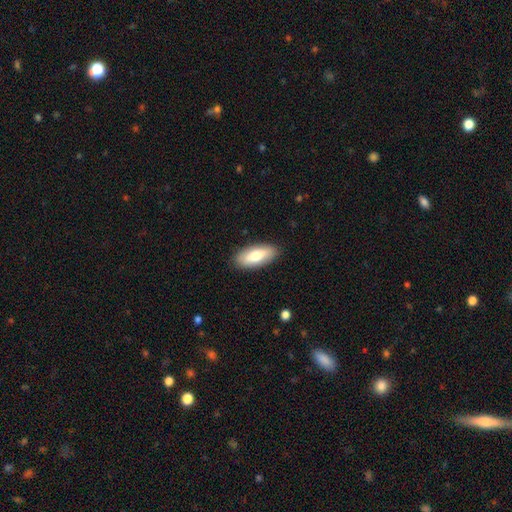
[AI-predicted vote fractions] A smooth galaxy with no disk features (73%) that is in between round and cigar-shaped (81%).

Vote fractions:
- Smooth or featured? smooth: 73% / featured or disk: 21% / star or artifact: 6%
- How rounded? in between: 81% / cigar-shaped: 16% / round: 2%
- Merging? none: 88% / minor disturbance: 9% / major disturbance: 2% / merger: 1%